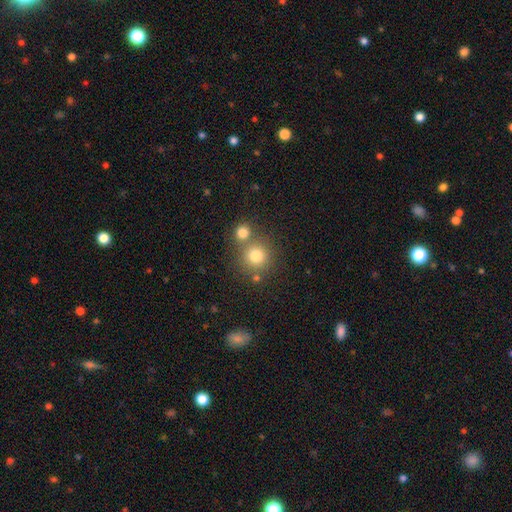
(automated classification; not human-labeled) A smooth galaxy with no disk features (78%) that is round (92%). Merging: none (64%).